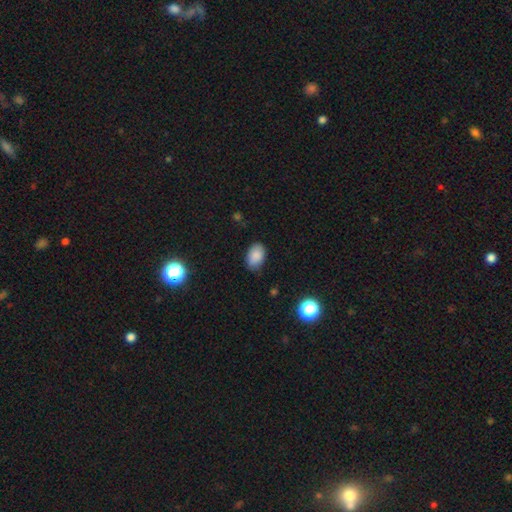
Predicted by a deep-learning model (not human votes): Smooth or featured? Predicted: smooth (p=0.85). How rounded? Predicted: in between (p=0.87). Merging? Predicted: none (p=0.74).